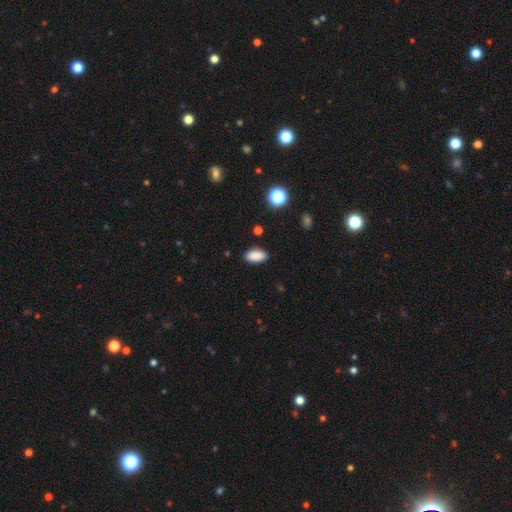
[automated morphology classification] Smooth or featured? smooth (88%)
How rounded? in between (91%)
Merging? none (87%)